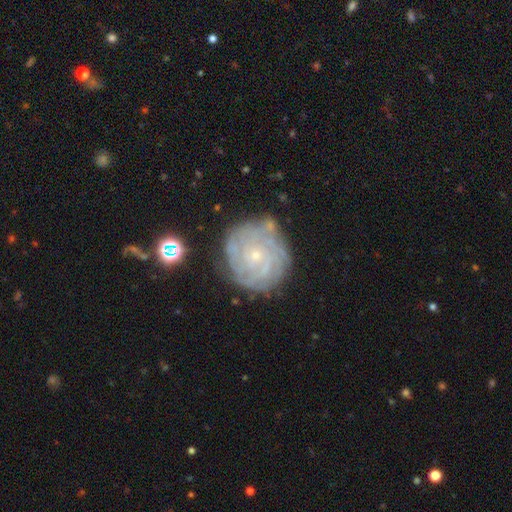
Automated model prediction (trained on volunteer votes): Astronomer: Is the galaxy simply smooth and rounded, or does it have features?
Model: featured or disk — 76%.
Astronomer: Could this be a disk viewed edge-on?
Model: no — 97%.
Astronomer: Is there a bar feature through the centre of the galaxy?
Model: no — 79%.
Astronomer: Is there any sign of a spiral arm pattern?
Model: yes — 92%.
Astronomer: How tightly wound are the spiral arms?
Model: tight — 80%.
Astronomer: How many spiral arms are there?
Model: can't tell — 40% (runner-up: 4, 20%).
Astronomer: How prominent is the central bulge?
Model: small — 83%.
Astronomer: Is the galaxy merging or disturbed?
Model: none — 76%.